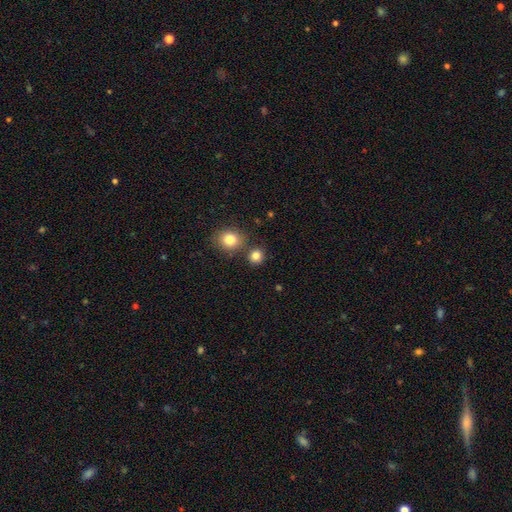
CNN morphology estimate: This is clearly a smooth galaxy (83%). How rounded: clearly round (84%). Merging: likely none (76%).